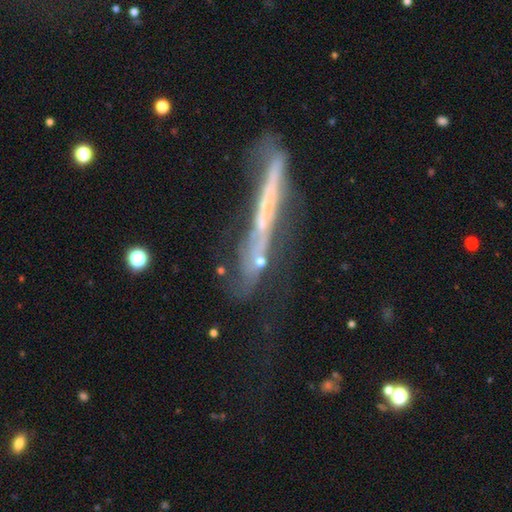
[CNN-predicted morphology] type=featured or disk (63%); edge-on=yes (76%); merging=none (47%).